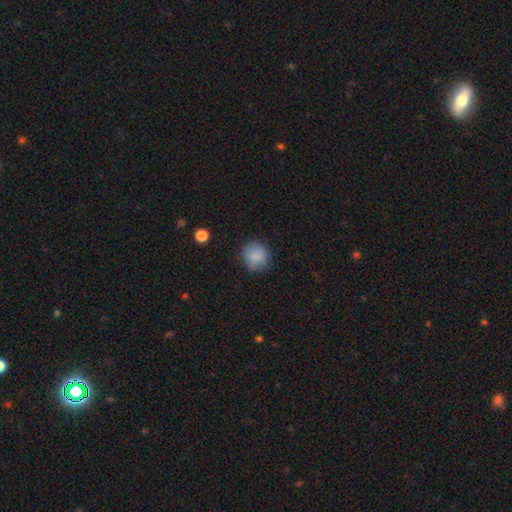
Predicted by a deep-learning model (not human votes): smooth-or-featured: smooth: 86% | star or artifact: 9% | featured or disk: 5%
  how-rounded: round: 87% | in between: 12% | cigar-shaped: 1%
  merging: none: 79% | minor disturbance: 16% | major disturbance: 4% | merger: 1%